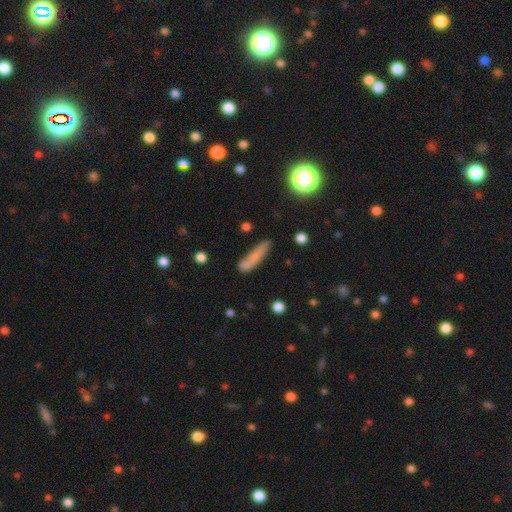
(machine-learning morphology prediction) Smooth or featured? Predicted: smooth (p=0.71). How rounded? Predicted: cigar-shaped (p=0.80). Merging? Predicted: none (p=0.54).